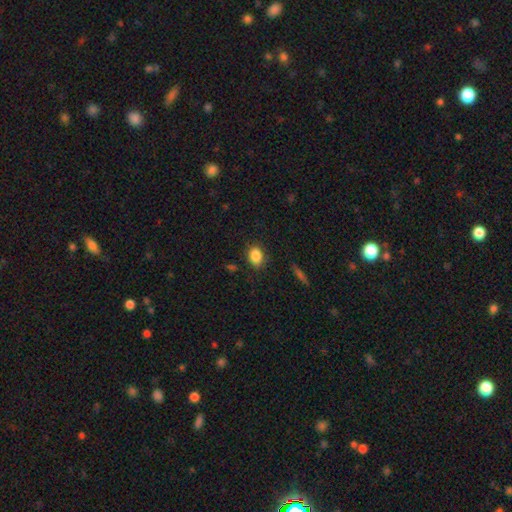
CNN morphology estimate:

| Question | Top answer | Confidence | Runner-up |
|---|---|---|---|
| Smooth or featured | smooth | 86% | star or artifact (9%) |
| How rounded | in between | 75% | round (24%) |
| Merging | none | 84% | minor disturbance (12%) |